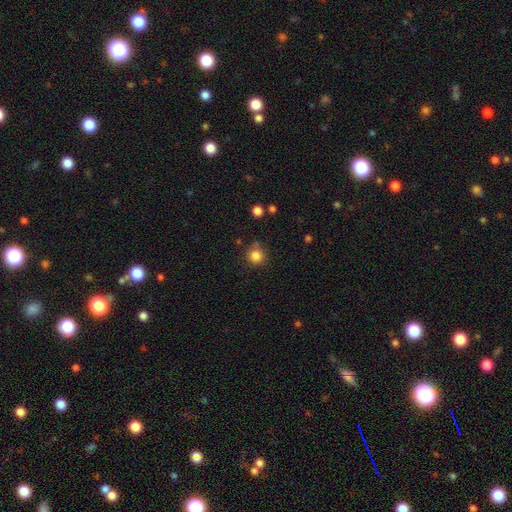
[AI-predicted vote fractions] Q: Smooth or featured?
A: smooth (84%); runner-up: star or artifact (12%)
Q: How rounded?
A: round (93%); runner-up: in between (6%)
Q: Merging?
A: none (79%); runner-up: minor disturbance (11%)